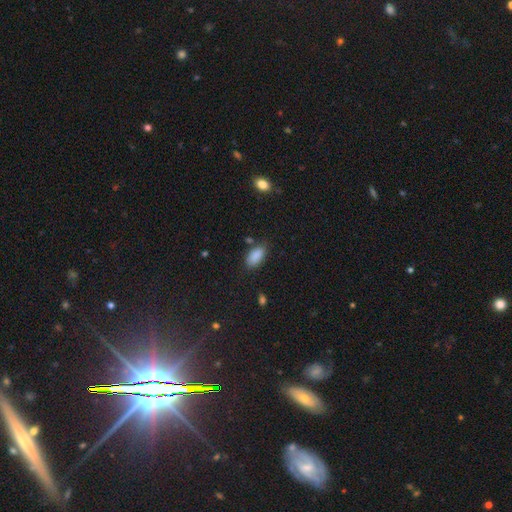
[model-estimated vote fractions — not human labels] smooth_or_featured: smooth (p=0.88) [alt: star or artifact p=0.08]
how_rounded: in between (p=0.93) [alt: cigar-shaped p=0.04]
merging: none (p=0.76) [alt: minor disturbance p=0.17]